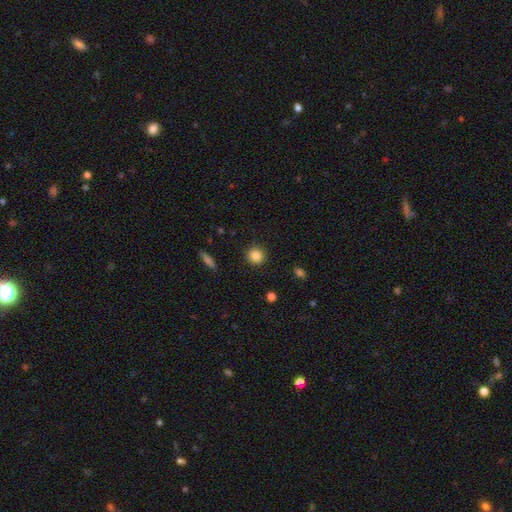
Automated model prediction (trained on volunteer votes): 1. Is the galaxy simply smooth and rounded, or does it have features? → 85% smooth, 10% star or artifact, 5% featured or disk.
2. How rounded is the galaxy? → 92% round, 7% in between, 1% cigar-shaped.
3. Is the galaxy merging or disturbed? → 91% none, 6% minor disturbance, 2% major disturbance, 1% merger.